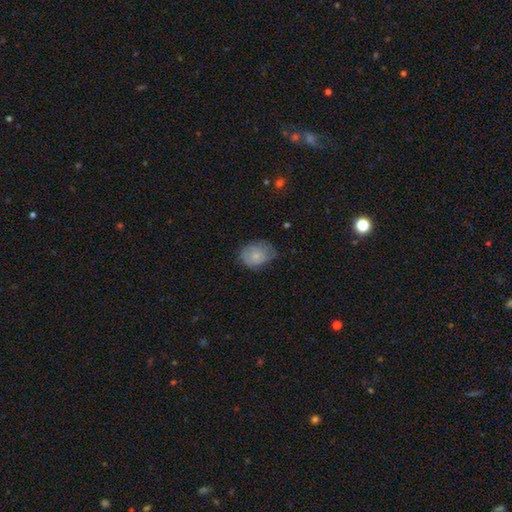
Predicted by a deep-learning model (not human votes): Morphology: type=smooth (71%); roundness=in between (54%); merging=none (52%).